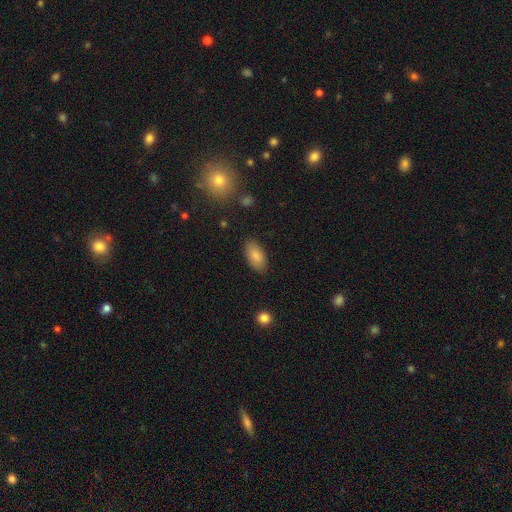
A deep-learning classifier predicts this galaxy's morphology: type=smooth (85%); roundness=in between (93%); merging=none (85%).